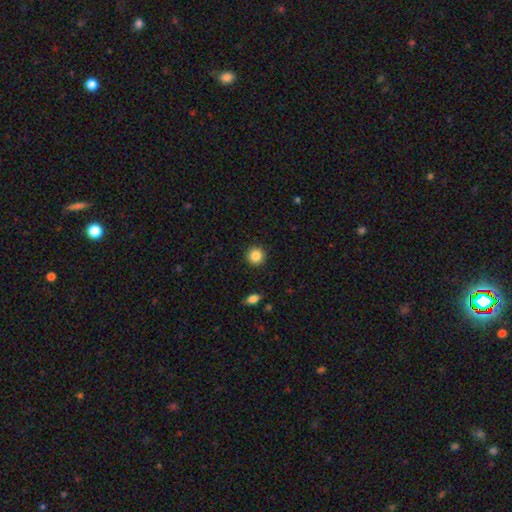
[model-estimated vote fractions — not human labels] Smooth or featured? Predicted: smooth (p=0.86). How rounded? Predicted: round (p=0.94). Merging? Predicted: none (p=0.92).